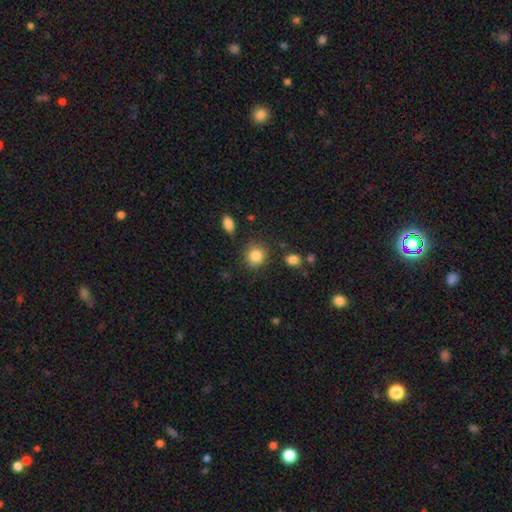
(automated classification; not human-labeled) Overall: smooth (85%). How rounded: round (85%). Merging: none (82%).